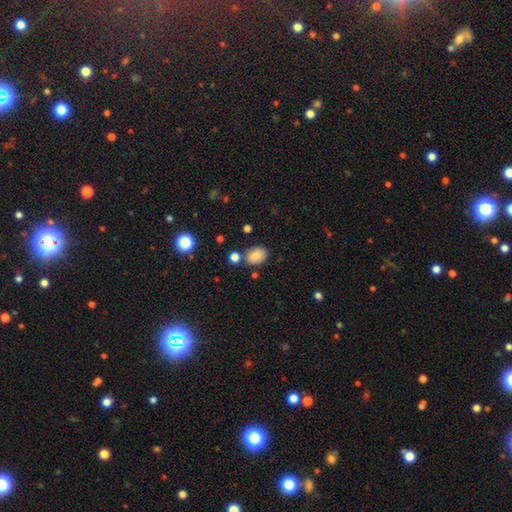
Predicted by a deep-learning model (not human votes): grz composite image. It shows a smooth galaxy with no disk features (85%) that is in between round and cigar-shaped (75%). Merging: none (76%).